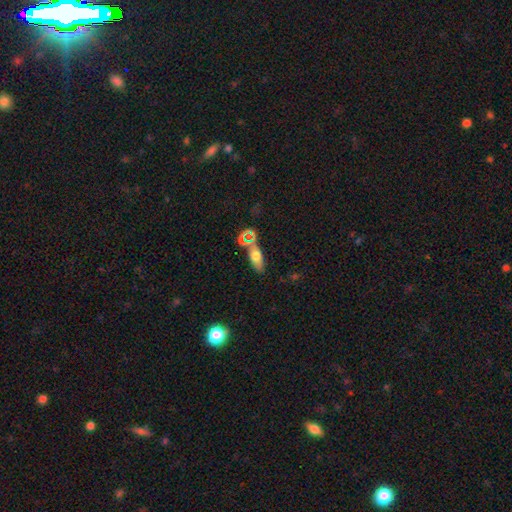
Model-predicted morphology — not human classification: Smooth or featured: smooth — 62% (featured or disk — 25%)
How rounded: in between — 67% (cigar-shaped — 26%)
Merging: none — 62% (merger — 17%)